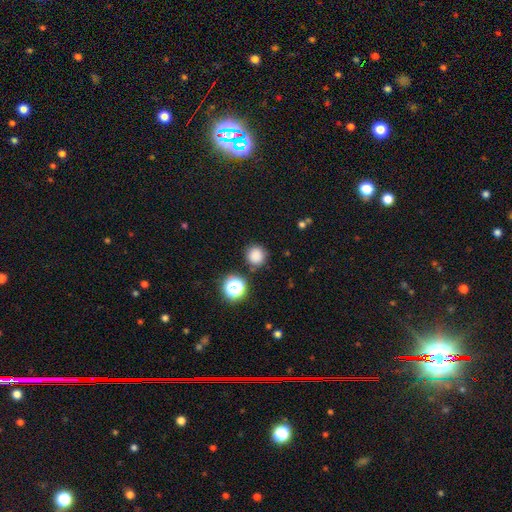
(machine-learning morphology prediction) This is clearly a smooth galaxy (81%). How rounded: clearly round (93%). Merging: clearly none (85%).